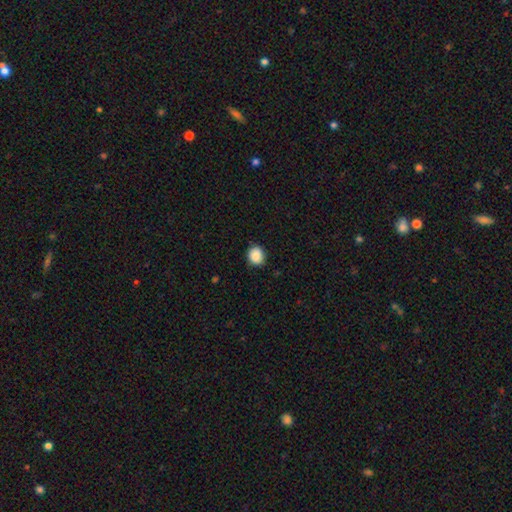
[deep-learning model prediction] The model was most divided on "how rounded": round: 77%, in between: 22%, cigar-shaped: 1%. More confident: smooth or featured — smooth (88%); merging — none (85%).